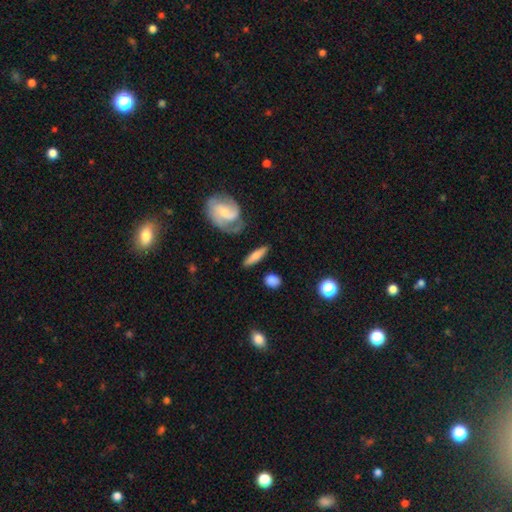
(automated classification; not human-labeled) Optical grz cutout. It shows a smooth galaxy with no disk features (55%) that is cigar-shaped (65%). Merging: none (76%).